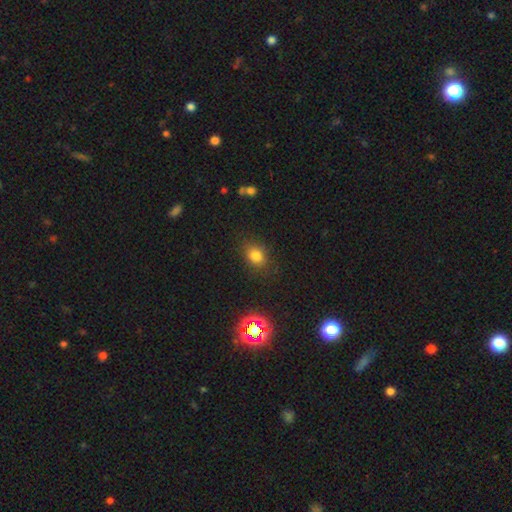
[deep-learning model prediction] Smooth or featured? smooth (77%)
How rounded? in between (54%)
Merging? none (80%)